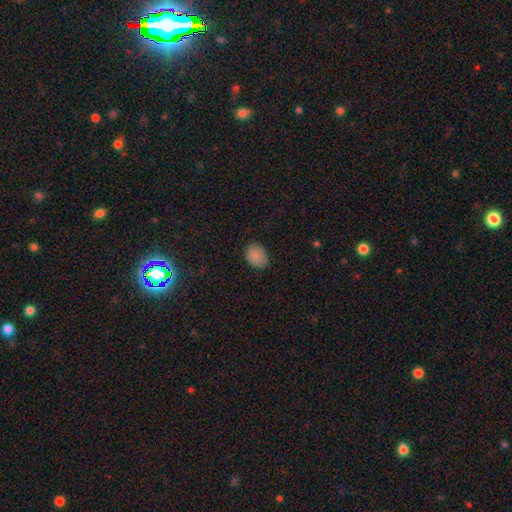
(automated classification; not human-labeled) This is clearly a smooth galaxy (85%). How rounded: likely in between (64%). Merging: likely none (79%).